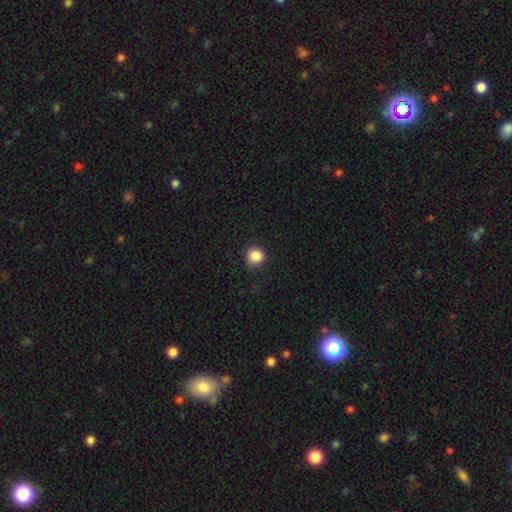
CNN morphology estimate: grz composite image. It shows a smooth galaxy with no disk features (86%) that is round (88%). Merging: none (79%).